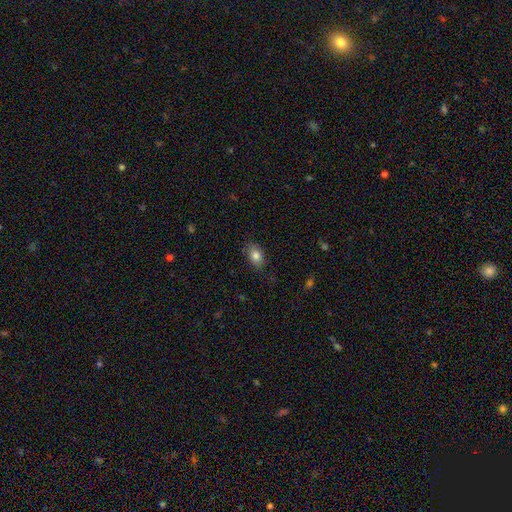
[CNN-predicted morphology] Smooth or featured? smooth (82%)
How rounded? in between (84%)
Merging? none (80%)